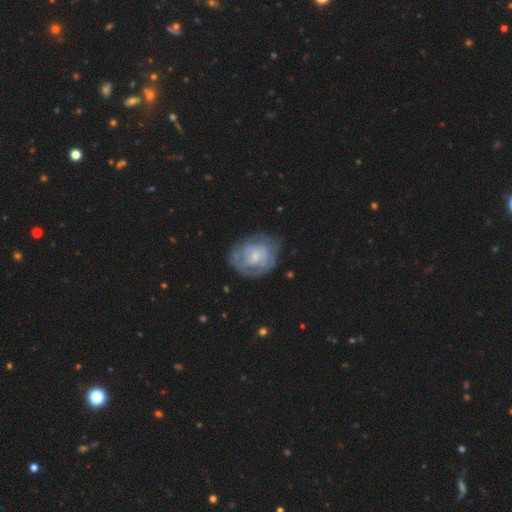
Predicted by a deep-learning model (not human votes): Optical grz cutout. It shows a featured or disk galaxy (65%) with no bar (58%), spiral arms (67%) and a small central bulge (60%). Merging: none (64%).